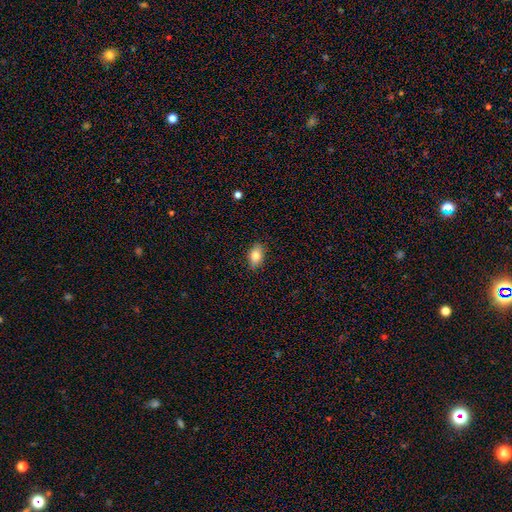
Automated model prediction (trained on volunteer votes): smooth-or-featured: smooth: 81% | featured or disk: 11% | star or artifact: 8%
  how-rounded: in between: 86% | round: 11% | cigar-shaped: 3%
  merging: none: 87% | minor disturbance: 10% | major disturbance: 2% | merger: 1%